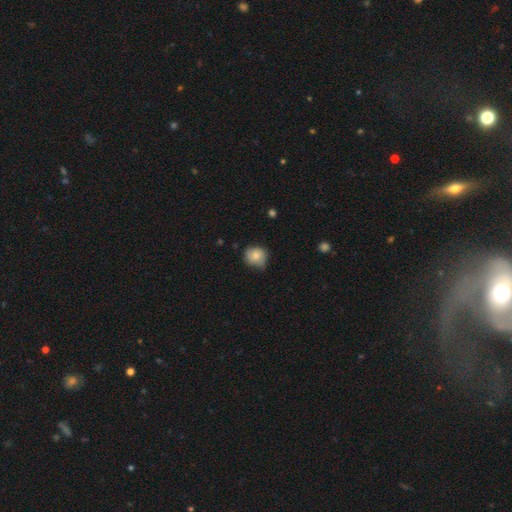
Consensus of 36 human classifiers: A smooth galaxy with no disk features (75%) that is round (81%).

Vote fractions:
- Smooth or featured? smooth: 75% / featured or disk: 17% / star or artifact: 8%
- How rounded? round: 81% / in between: 19% / cigar-shaped: 0%
- Merging? none: 64% / minor disturbance: 33% / merger: 3% / major disturbance: 0%